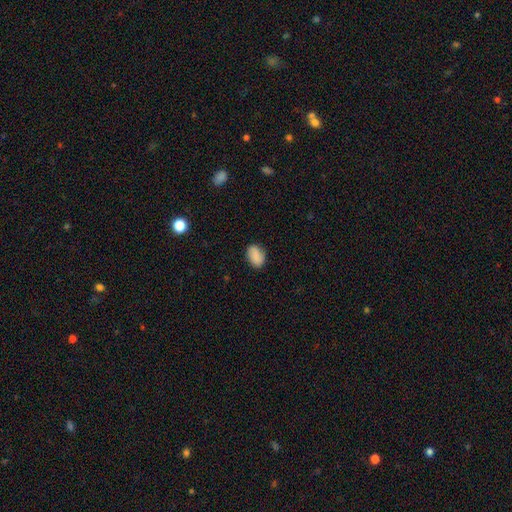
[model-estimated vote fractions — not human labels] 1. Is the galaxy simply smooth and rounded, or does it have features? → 86% smooth, 8% star or artifact, 7% featured or disk.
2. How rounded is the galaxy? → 85% in between, 14% round, 1% cigar-shaped.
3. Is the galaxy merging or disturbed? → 82% none, 14% minor disturbance, 3% major disturbance, 1% merger.